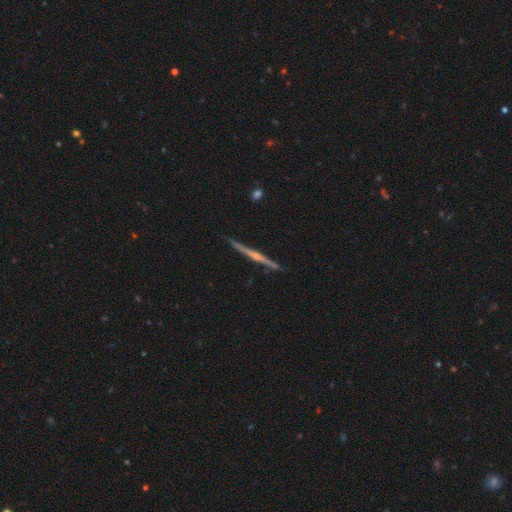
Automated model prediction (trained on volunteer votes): featured or disk 80%, smooth 14%, star or artifact 6%. Down the decision tree: edge-on disk — yes (98%); edge-on bulge — rounded (67%); merging — none (90%).